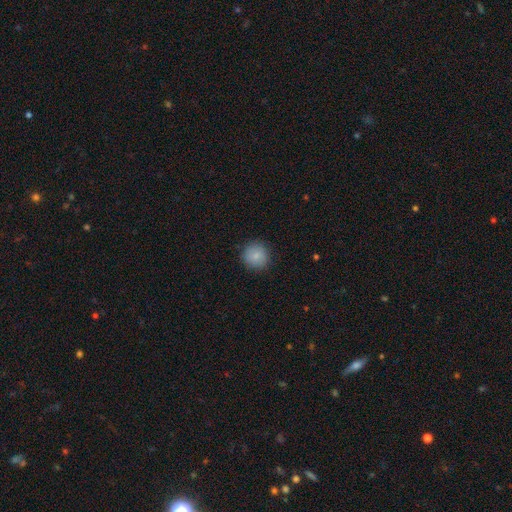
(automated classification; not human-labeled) smooth_or_featured: smooth (p=0.86) [alt: star or artifact p=0.08]
how_rounded: round (p=0.92) [alt: in between p=0.07]
merging: none (p=0.89) [alt: minor disturbance p=0.08]